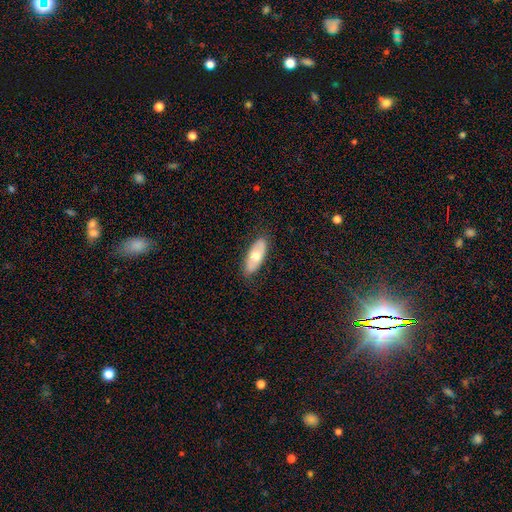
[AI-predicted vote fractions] Smooth or featured? smooth (62%)
How rounded? in between (82%)
Merging? none (85%)